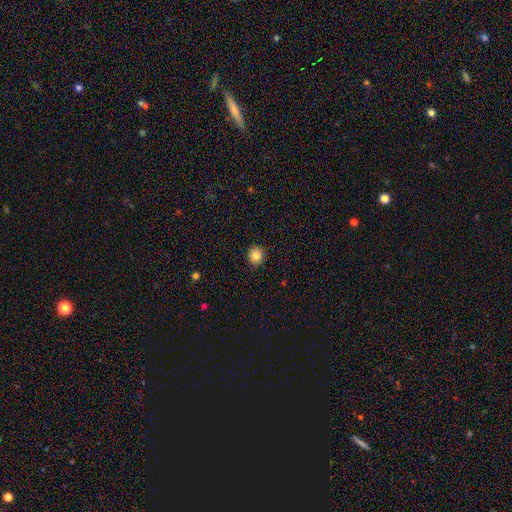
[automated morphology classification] Smooth or featured: smooth — 85% (star or artifact — 10%)
How rounded: round — 88% (in between — 12%)
Merging: none — 89% (minor disturbance — 8%)